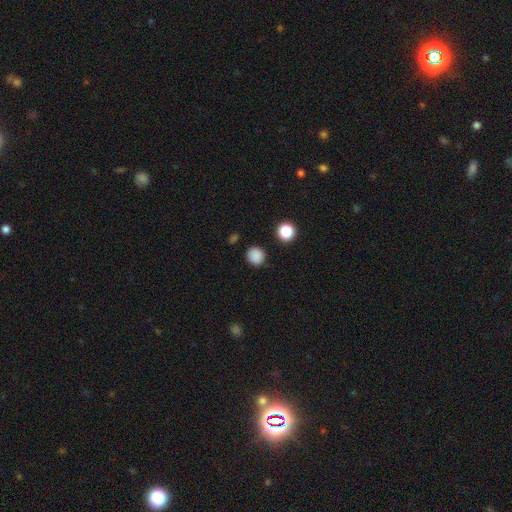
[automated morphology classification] smooth_or_featured: smooth (p=0.86) [alt: star or artifact p=0.11]
how_rounded: round (p=0.89) [alt: in between p=0.10]
merging: none (p=0.88) [alt: minor disturbance p=0.08]